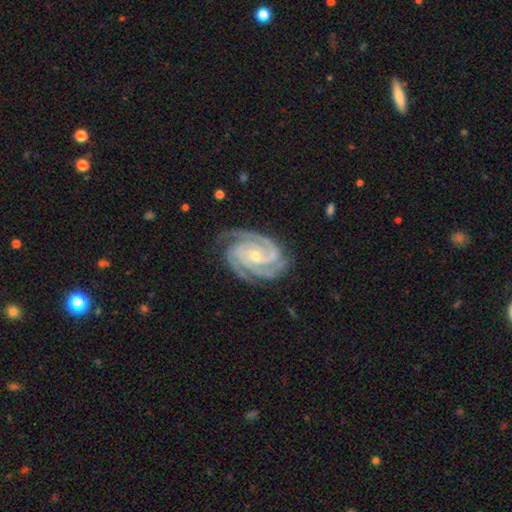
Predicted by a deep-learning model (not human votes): This appears to be a featured or disk galaxy (94%) with no bar (63%), 3 (54%) tight (75%) spiral arms (99%) and a small central bulge (69%). Merging: none (79%).